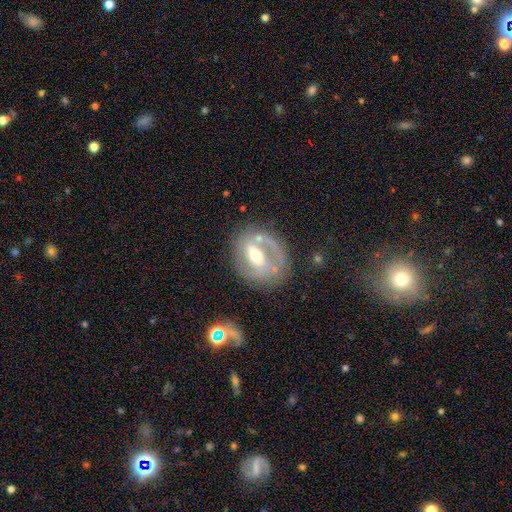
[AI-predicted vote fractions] A featured or disk galaxy (69%) with a weak bar (38%), spiral arms (58%) and a moderate central bulge (64%). Merging: none (63%).